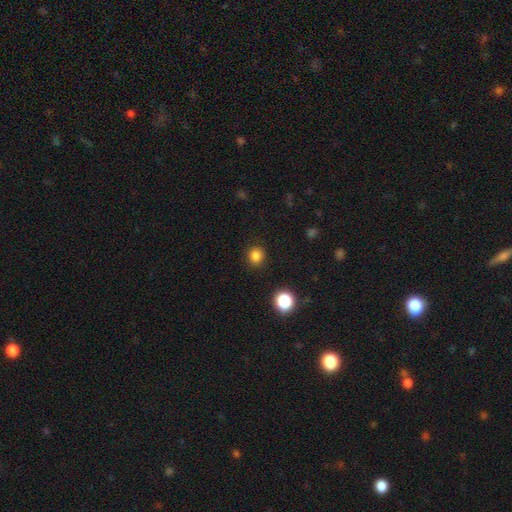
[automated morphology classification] A smooth galaxy with no disk features (83%) that is round (83%). Merging: none (89%).